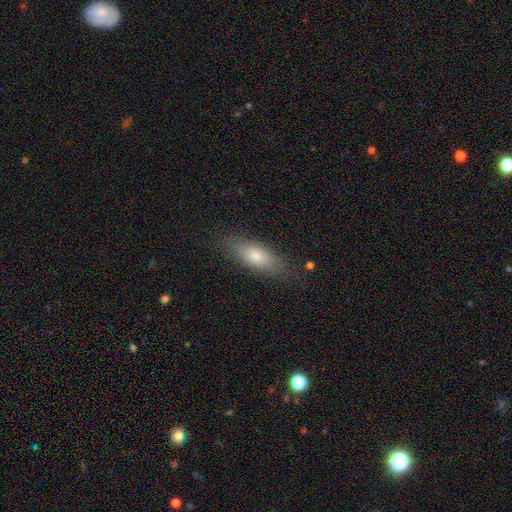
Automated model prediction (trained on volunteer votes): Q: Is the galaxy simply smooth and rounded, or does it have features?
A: smooth — 74%.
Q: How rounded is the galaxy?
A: in between — 61%.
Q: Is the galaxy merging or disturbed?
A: none — 82%.